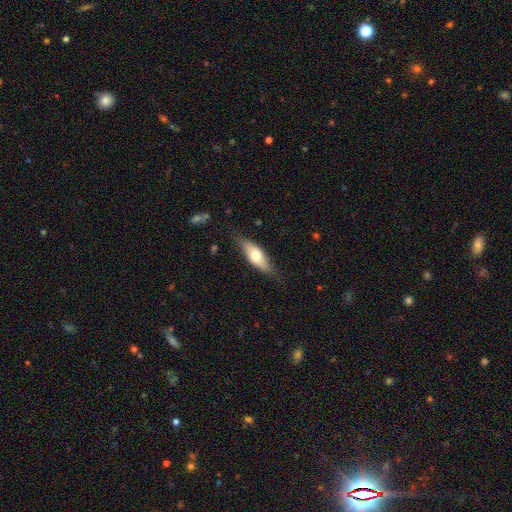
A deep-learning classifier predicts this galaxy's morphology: type=smooth (61%); roundness=in between (68%); merging=none (74%).